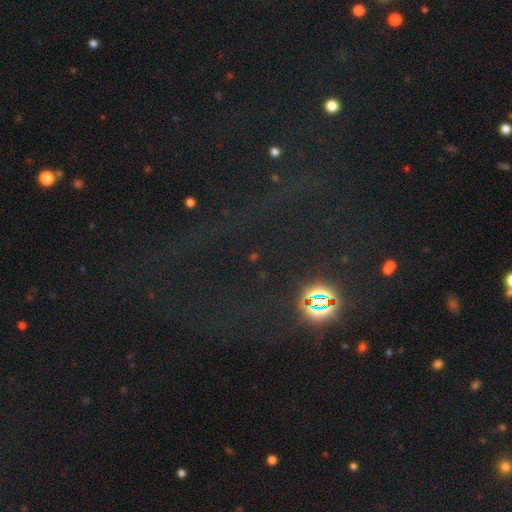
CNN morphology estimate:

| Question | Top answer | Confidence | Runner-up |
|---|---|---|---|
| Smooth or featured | star or artifact | 73% | smooth (17%) |